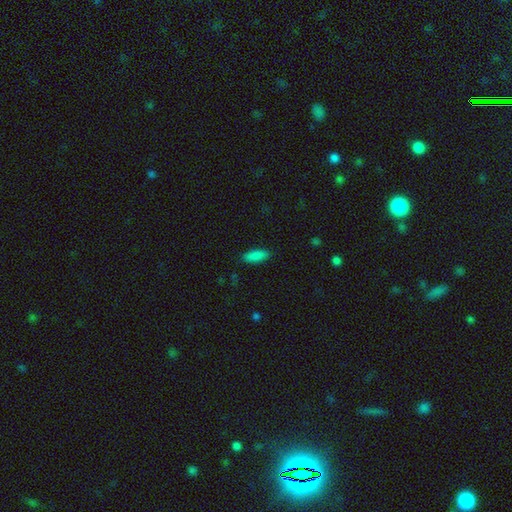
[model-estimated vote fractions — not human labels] This is clearly a smooth galaxy (87%). How rounded: likely in between (68%). Merging: clearly none (87%).